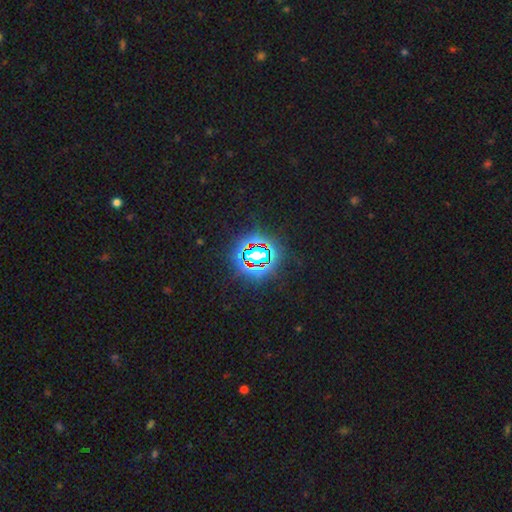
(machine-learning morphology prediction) smooth-or-featured: star or artifact: 76% | smooth: 14% | featured or disk: 9%